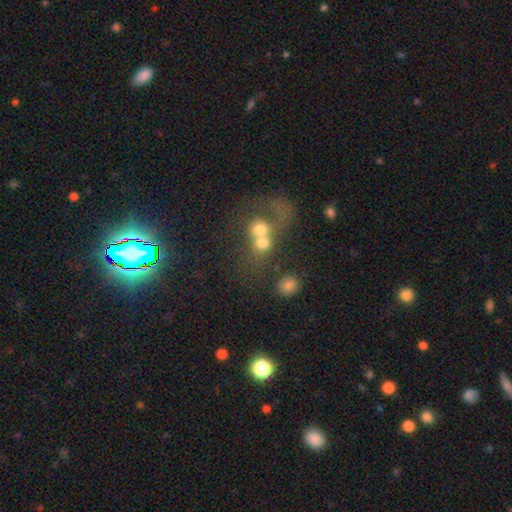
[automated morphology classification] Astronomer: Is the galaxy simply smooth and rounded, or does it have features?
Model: smooth — 46% (runner-up: star or artifact, 30%).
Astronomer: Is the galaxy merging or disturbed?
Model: merger — 68%.